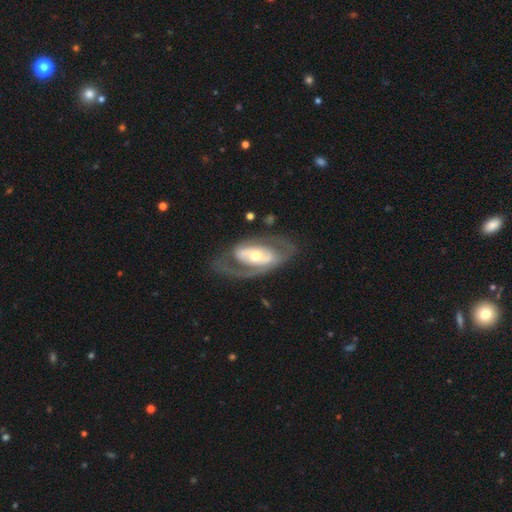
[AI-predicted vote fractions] Smooth or featured? featured or disk (77%)
Edge-on disk? no (92%)
Bar? no (51%)
Spiral arms? yes (62%)
Bulge size? moderate (65%)
Merging? none (64%)